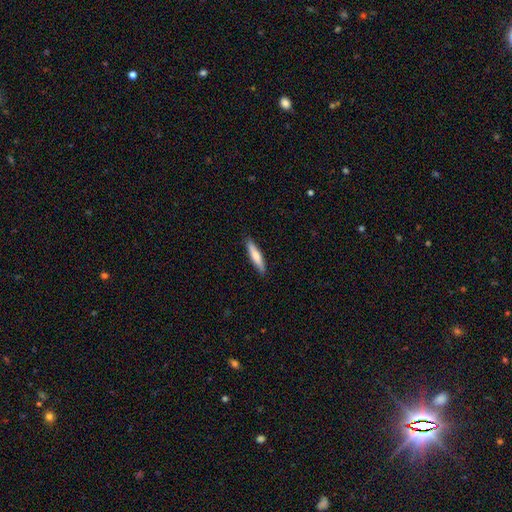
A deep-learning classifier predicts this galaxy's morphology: Smooth or featured? smooth (72%)
How rounded? cigar-shaped (85%)
Merging? none (88%)